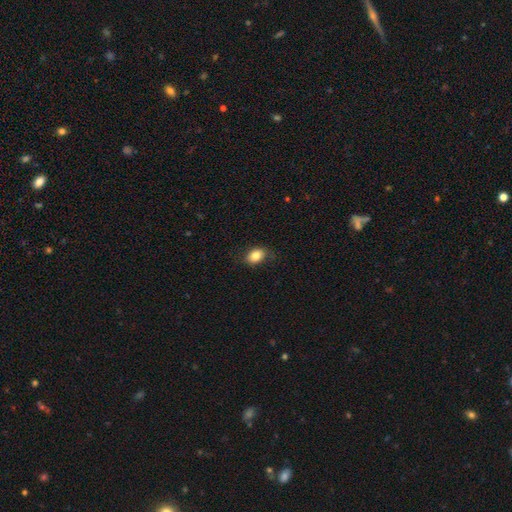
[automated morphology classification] smooth-or-featured: smooth: 84% | star or artifact: 9% | featured or disk: 7%
  how-rounded: in between: 75% | round: 23% | cigar-shaped: 1%
  merging: none: 81% | minor disturbance: 15% | major disturbance: 3% | merger: 1%